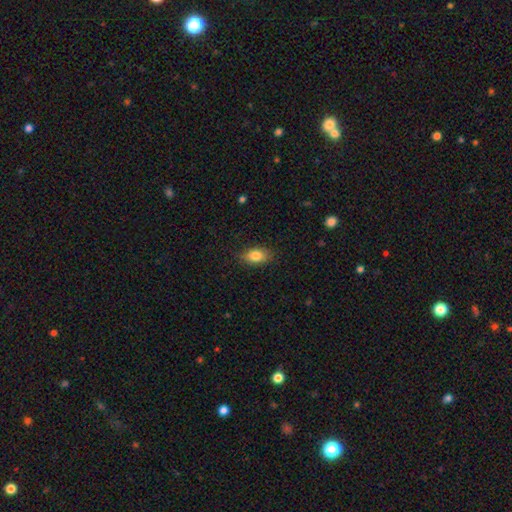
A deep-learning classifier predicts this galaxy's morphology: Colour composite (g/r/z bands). It shows a smooth galaxy with no disk features (83%) that is in between round and cigar-shaped (86%). Merging: none (83%).